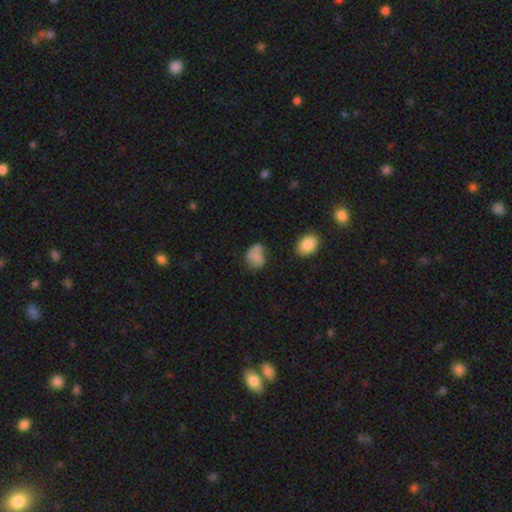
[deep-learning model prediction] smooth 65%, featured or disk 23%, star or artifact 12%. Down the decision tree: how rounded — in between (53%); merging — none (40%).